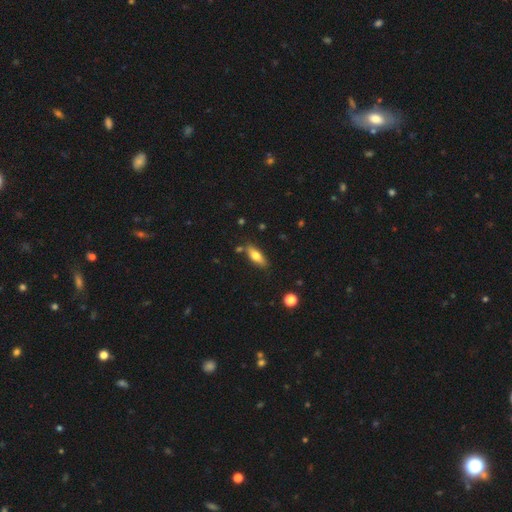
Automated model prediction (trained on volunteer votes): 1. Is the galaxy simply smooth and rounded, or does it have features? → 67% smooth, 26% featured or disk, 7% star or artifact.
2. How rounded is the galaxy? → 61% in between, 36% cigar-shaped, 3% round.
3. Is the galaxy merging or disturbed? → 79% none, 13% minor disturbance, 5% merger, 3% major disturbance.